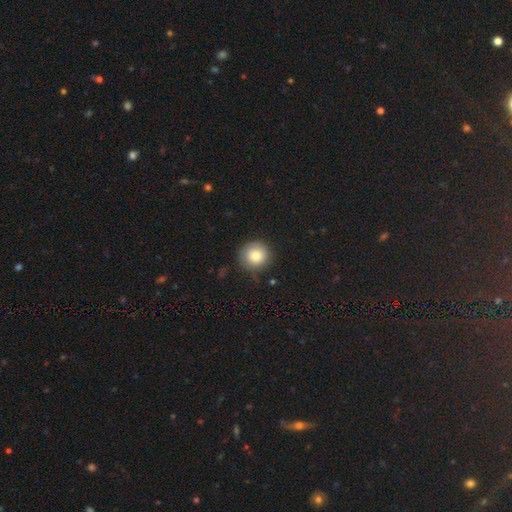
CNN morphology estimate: smooth_or_featured: smooth (p=0.80) [alt: featured or disk p=0.11]
how_rounded: round (p=0.94) [alt: in between p=0.05]
merging: none (p=0.81) [alt: minor disturbance p=0.14]